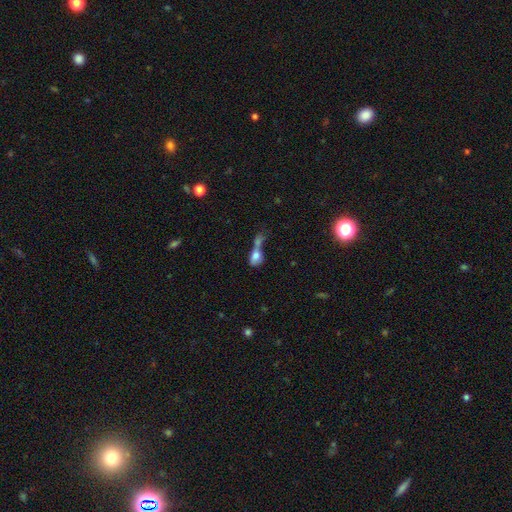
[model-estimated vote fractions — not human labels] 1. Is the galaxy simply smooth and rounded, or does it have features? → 73% smooth, 17% featured or disk, 10% star or artifact.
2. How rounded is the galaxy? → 69% in between, 23% round, 8% cigar-shaped.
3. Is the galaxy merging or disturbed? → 59% merger, 18% none, 12% major disturbance, 10% minor disturbance.